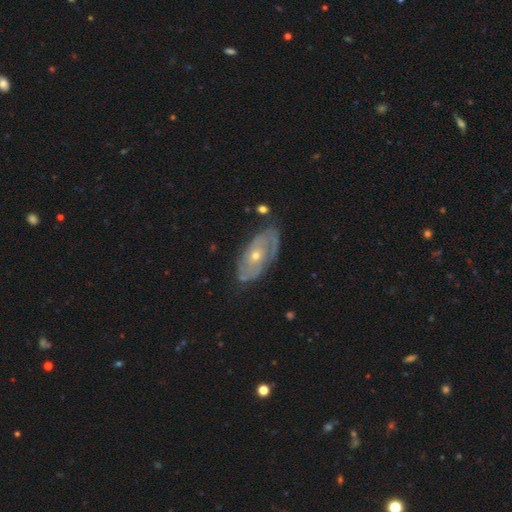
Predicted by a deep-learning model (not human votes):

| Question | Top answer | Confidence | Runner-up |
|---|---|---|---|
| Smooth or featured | featured or disk | 78% | smooth (16%) |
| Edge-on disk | no | 91% | yes (9%) |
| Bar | no | 80% | weak (16%) |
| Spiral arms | yes | 80% | no (20%) |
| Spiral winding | tight | 63% | medium (28%) |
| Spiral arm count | can't tell | 42% | 2 (39%) |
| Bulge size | small | 57% | moderate (40%) |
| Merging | none | 70% | minor disturbance (21%) |